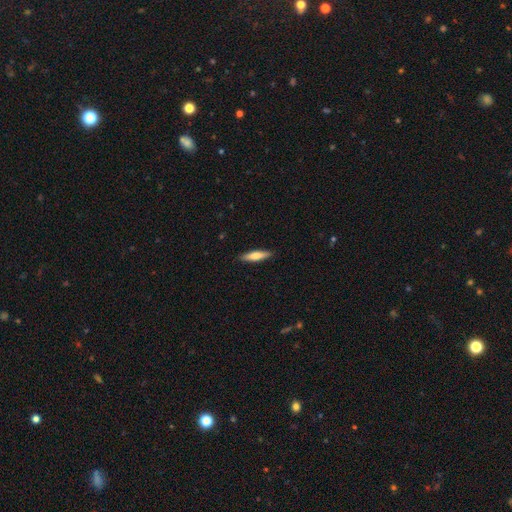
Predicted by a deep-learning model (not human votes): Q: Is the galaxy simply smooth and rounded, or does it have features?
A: smooth — 71%.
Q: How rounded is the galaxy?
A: cigar-shaped — 76%.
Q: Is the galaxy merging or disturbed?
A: none — 89%.